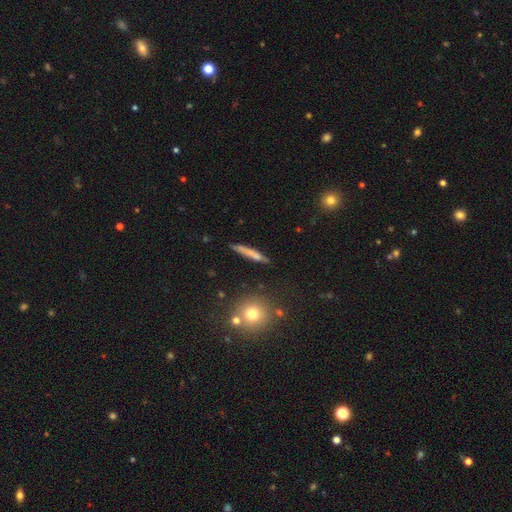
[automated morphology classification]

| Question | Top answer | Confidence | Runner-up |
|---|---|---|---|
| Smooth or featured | smooth | 60% | featured or disk (30%) |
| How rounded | cigar-shaped | 90% | in between (5%) |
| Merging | none | 85% | minor disturbance (10%) |